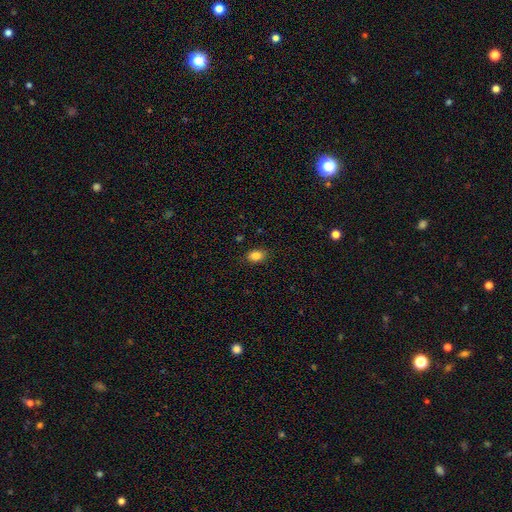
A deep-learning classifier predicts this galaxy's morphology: type=smooth (84%); roundness=in between (77%); merging=none (87%).